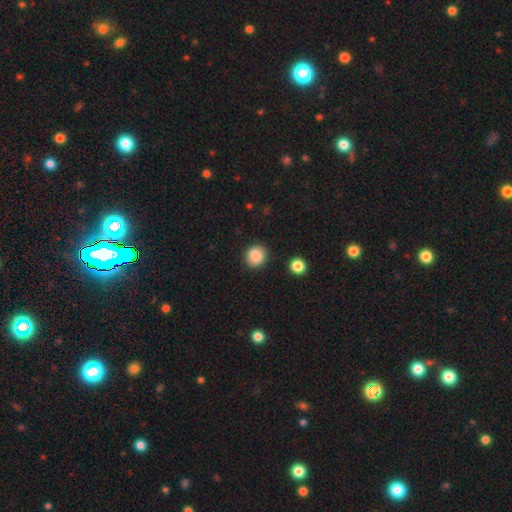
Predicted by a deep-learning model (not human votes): smooth_or_featured: smooth (p=0.86) [alt: star or artifact p=0.09]
how_rounded: round (p=0.81) [alt: in between p=0.18]
merging: none (p=0.88) [alt: minor disturbance p=0.08]